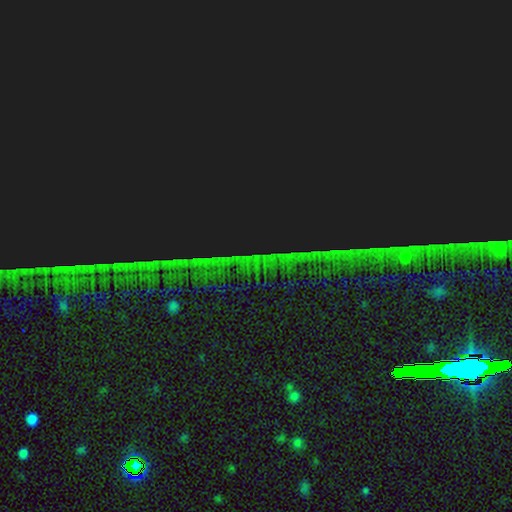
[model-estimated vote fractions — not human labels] Smooth or featured?
  - star or artifact: 89% *
  - featured or disk: 6%
  - smooth: 5%